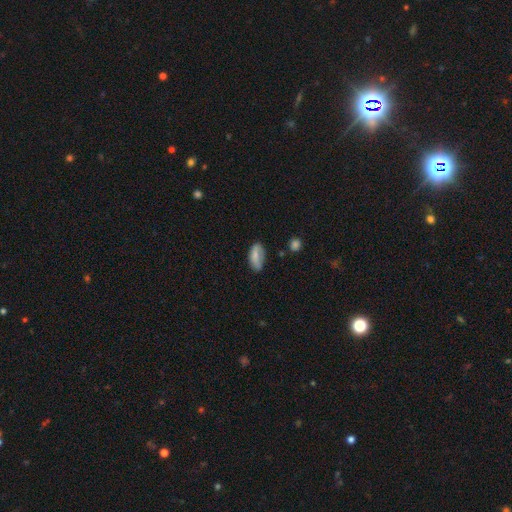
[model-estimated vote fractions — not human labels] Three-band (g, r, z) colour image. It shows a smooth galaxy with no disk features (75%) that is in between round and cigar-shaped (89%). Merging: none (65%).